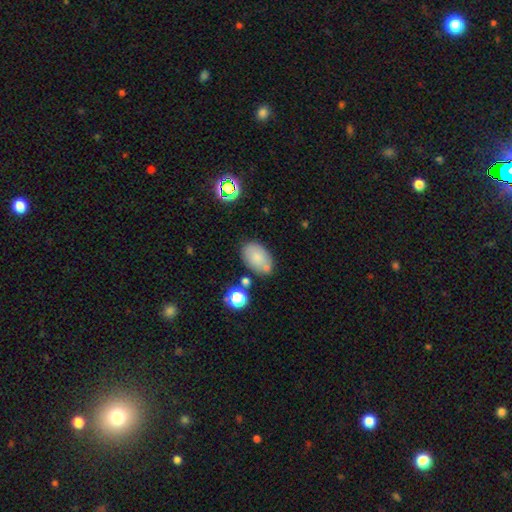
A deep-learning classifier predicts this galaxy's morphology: type=smooth (77%); roundness=in between (88%); merging=none (67%).